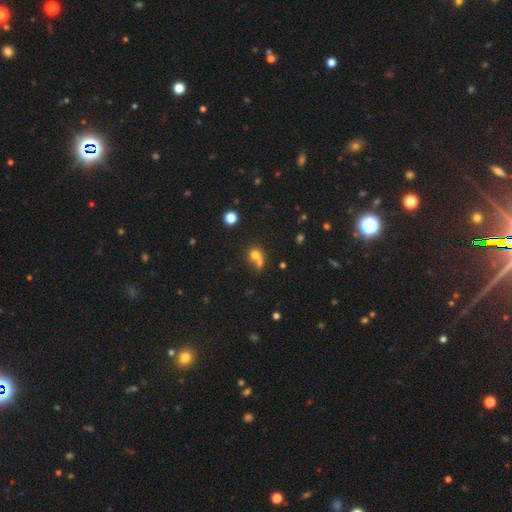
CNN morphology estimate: smooth_or_featured: smooth (p=0.72) [alt: star or artifact p=0.15]
how_rounded: round (p=0.75) [alt: in between p=0.23]
merging: merger (p=0.46) [alt: none p=0.37]